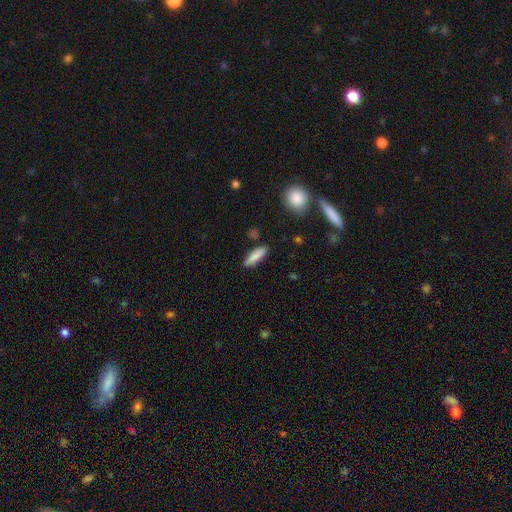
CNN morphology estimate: Smooth or featured: smooth — 86% (featured or disk — 8%)
How rounded: cigar-shaped — 62% (in between — 37%)
Merging: none — 85% (minor disturbance — 11%)